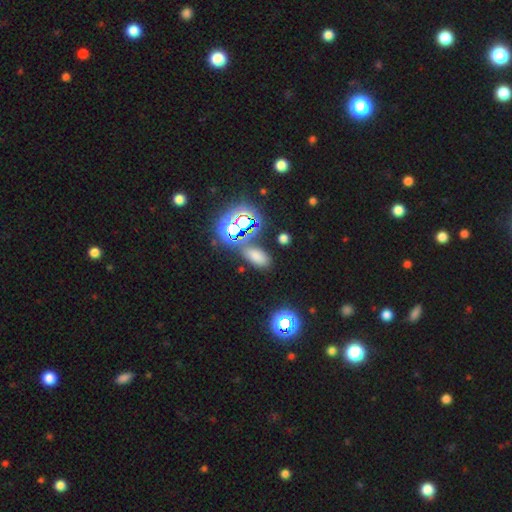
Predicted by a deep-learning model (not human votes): Smooth or featured: smooth — 57% (star or artifact — 34%)
How rounded: in between — 87% (round — 8%)
Merging: none — 73% (minor disturbance — 14%)